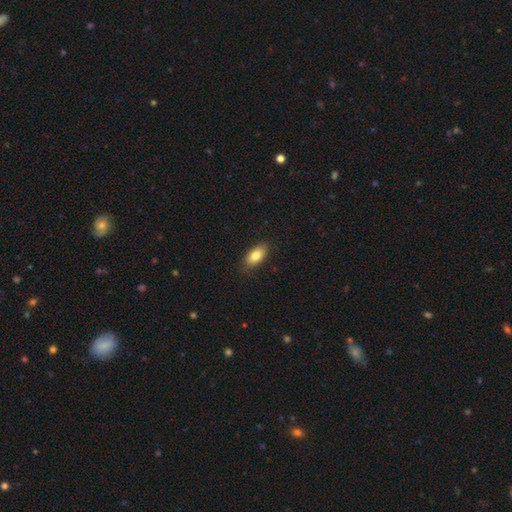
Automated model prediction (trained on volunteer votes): smooth 82%, featured or disk 11%, star or artifact 7%. Down the decision tree: how rounded — in between (90%); merging — none (85%).